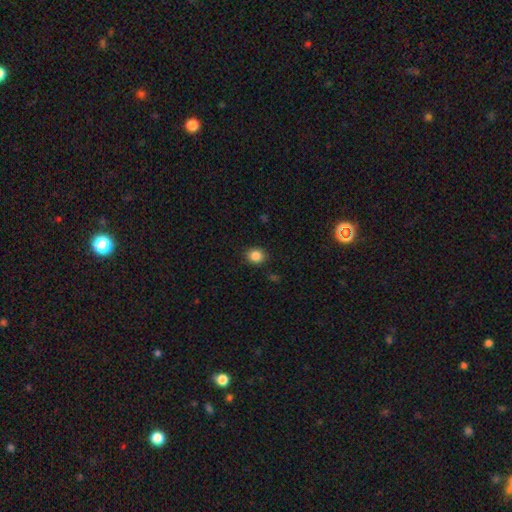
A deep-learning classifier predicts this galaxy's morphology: Smooth or featured? Predicted: smooth (p=0.86). How rounded? Predicted: round (p=0.72). Merging? Predicted: none (p=0.88).